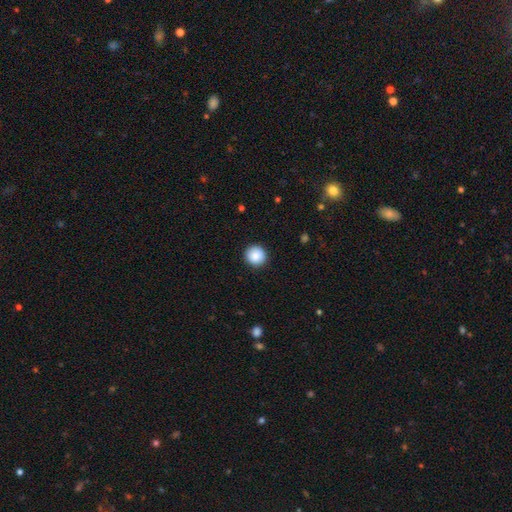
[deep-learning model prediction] This appears to be a smooth galaxy with no disk features (88%) that is round (94%). Merging: none (92%).